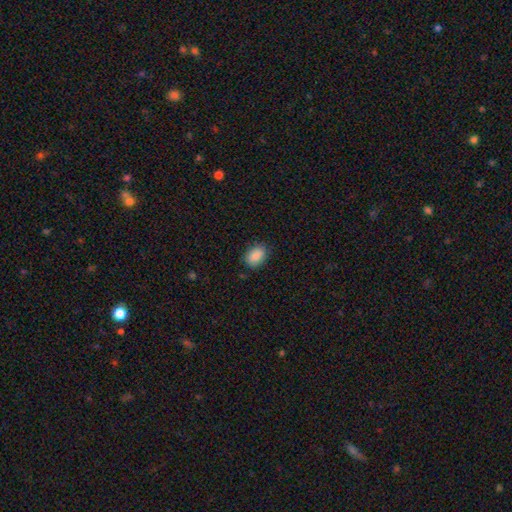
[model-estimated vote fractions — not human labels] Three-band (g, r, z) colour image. It shows a smooth galaxy with no disk features (89%) that is in between round and cigar-shaped (84%). Merging: none (84%).